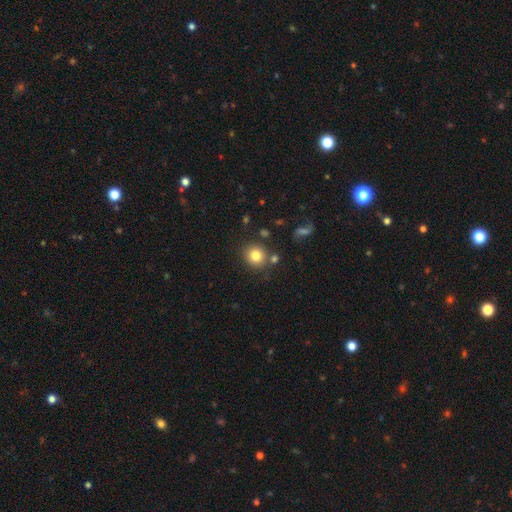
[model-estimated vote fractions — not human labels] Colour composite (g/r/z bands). It shows a smooth galaxy with no disk features (81%) that is round (88%). Merging: none (79%).